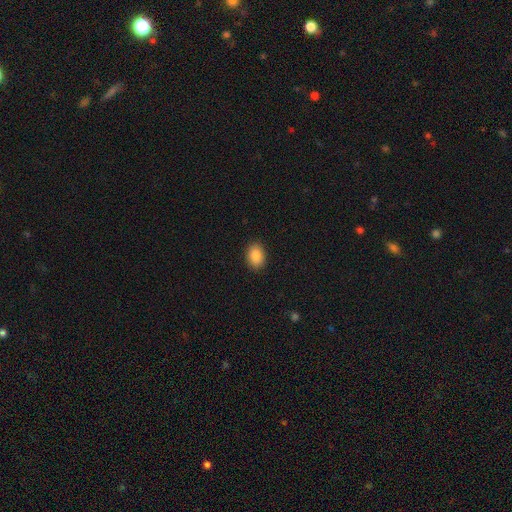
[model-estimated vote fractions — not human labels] This appears to be a smooth galaxy with no disk features (87%) that is in between round and cigar-shaped (79%). Merging: none (90%).